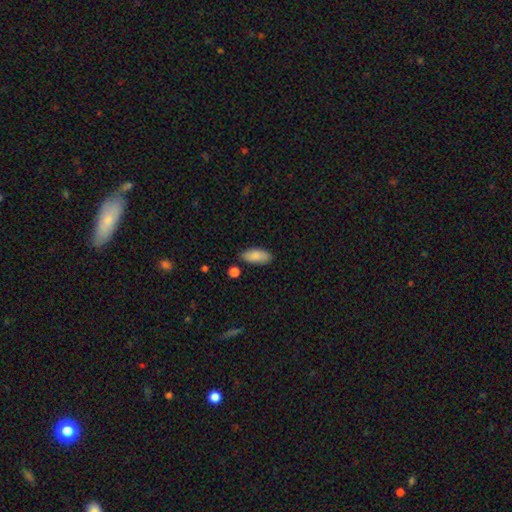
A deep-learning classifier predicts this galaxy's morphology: type=smooth (86%); roundness=in between (89%); merging=none (81%).